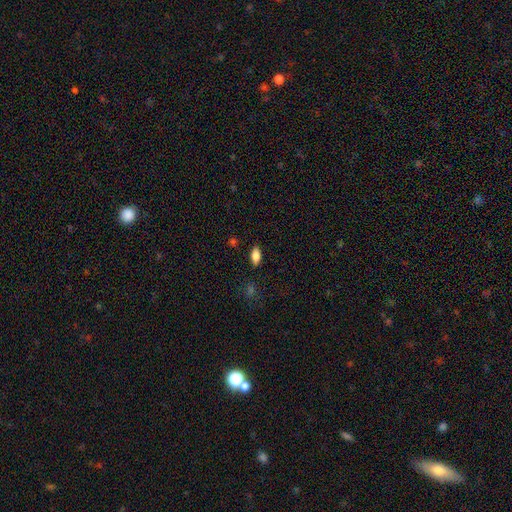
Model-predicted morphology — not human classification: A smooth galaxy with no disk features (79%) that is in between round and cigar-shaped (87%). Merging: none (86%).